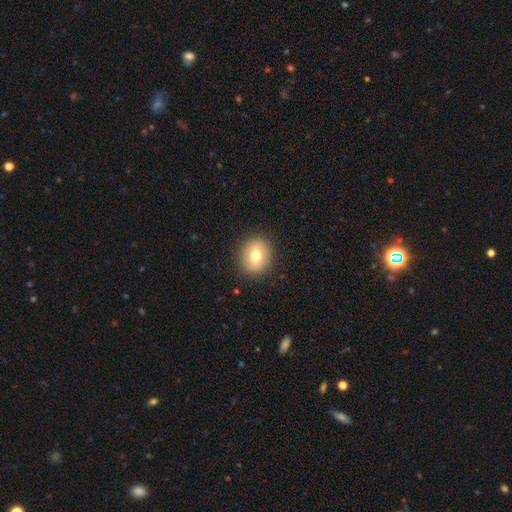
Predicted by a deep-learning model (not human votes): Smooth or featured: smooth — 74% (featured or disk — 16%)
How rounded: round — 78% (in between — 21%)
Merging: none — 90% (minor disturbance — 7%)